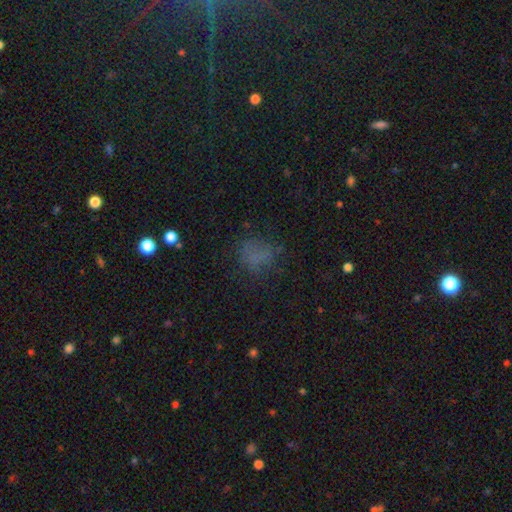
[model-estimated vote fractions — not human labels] smooth 61%, star or artifact 24%, featured or disk 15%. Down the decision tree: how rounded — round (57%); merging — none (61%).